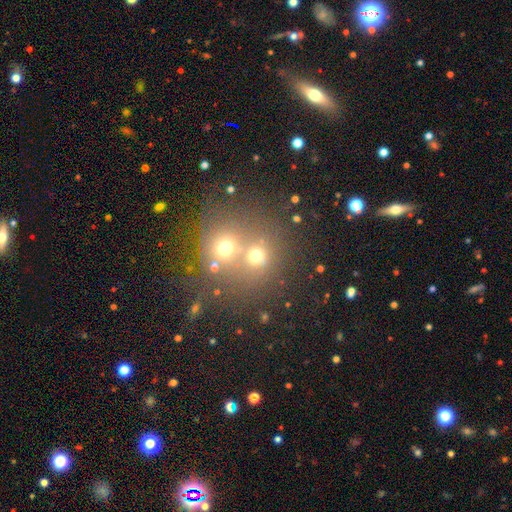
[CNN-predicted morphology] type=smooth (65%); roundness=round (80%); merging=merger (51%).